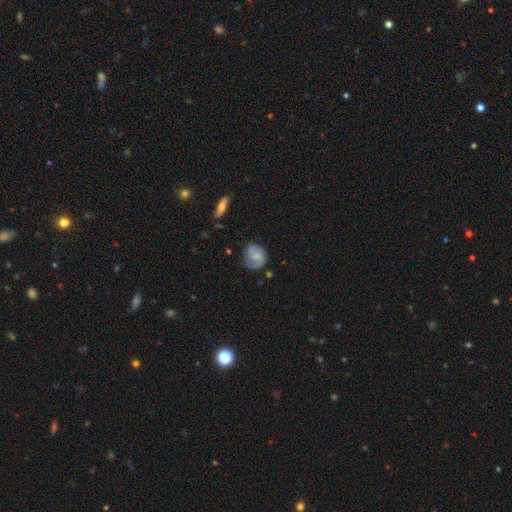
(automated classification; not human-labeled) Smooth or featured? featured or disk (52%)
Edge-on disk? no (97%)
Bar? no (52%)
Spiral arms? yes (88%)
Bulge size? small (41%)
Merging? none (69%)